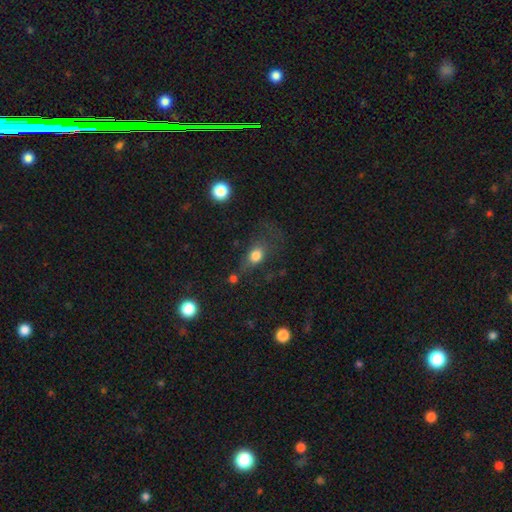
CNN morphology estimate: smooth-or-featured: smooth: 77% | star or artifact: 12% | featured or disk: 12%
  how-rounded: in between: 63% | round: 32% | cigar-shaped: 5%
  merging: none: 45% | minor disturbance: 25% | major disturbance: 23% | merger: 7%